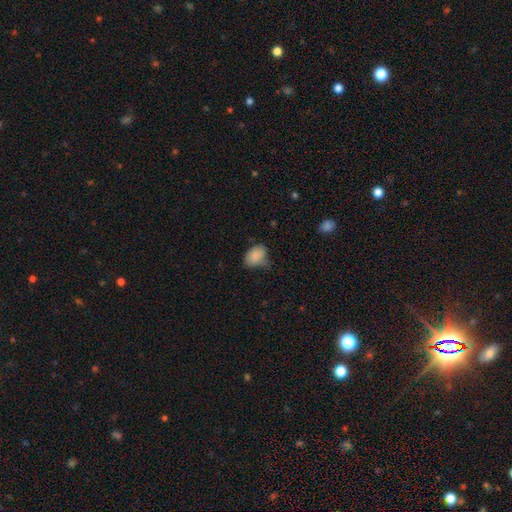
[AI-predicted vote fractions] Smooth or featured?
  - smooth: 85% *
  - star or artifact: 8%
  - featured or disk: 6%
How rounded?
  - in between: 77% *
  - round: 22%
  - cigar-shaped: 1%
Merging?
  - none: 53% *
  - minor disturbance: 36%
  - major disturbance: 9%
  - merger: 2%